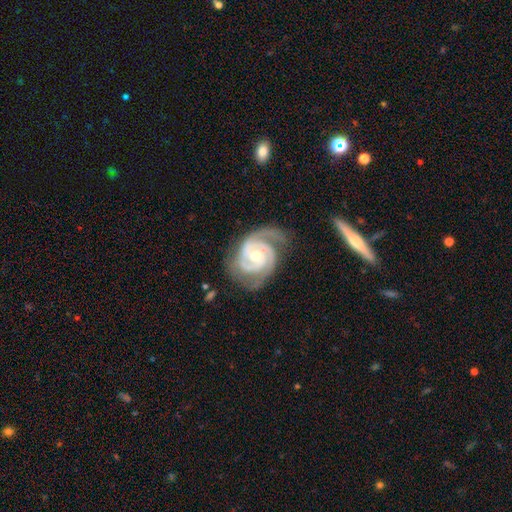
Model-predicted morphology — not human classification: A featured or disk galaxy (93%) with no bar (60%), 2 (49%) tight (68%) spiral arms (99%) and a moderate central bulge (60%). Merging: none (67%).